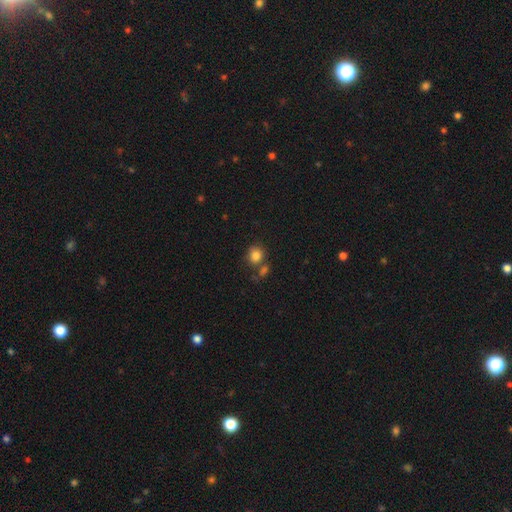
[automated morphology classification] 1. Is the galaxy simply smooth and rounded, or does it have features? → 83% smooth, 10% star or artifact, 7% featured or disk.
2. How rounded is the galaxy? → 76% round, 23% in between, 1% cigar-shaped.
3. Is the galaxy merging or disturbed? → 61% none, 21% merger, 13% minor disturbance, 5% major disturbance.